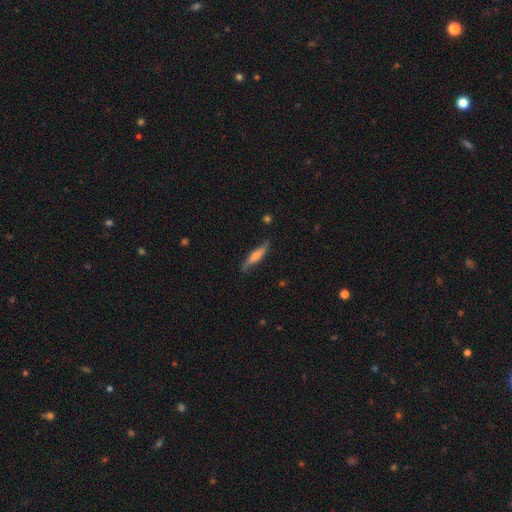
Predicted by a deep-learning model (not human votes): This is possibly a featured or disk galaxy (54%). It is clearly viewed edge-on (87%). Merging: clearly none (81%).